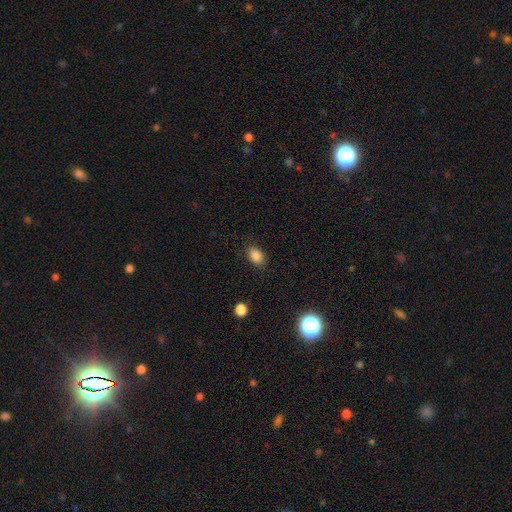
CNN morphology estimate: Smooth or featured? smooth (86%)
How rounded? in between (84%)
Merging? none (85%)